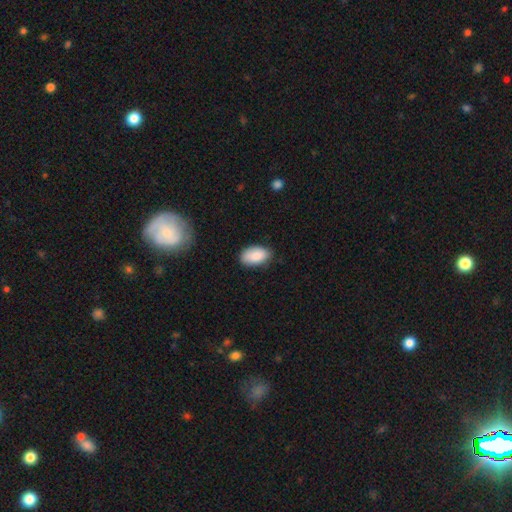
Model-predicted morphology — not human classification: Smooth or featured?
  - smooth: 86% *
  - featured or disk: 7%
  - star or artifact: 7%
How rounded?
  - in between: 94% *
  - round: 5%
  - cigar-shaped: 2%
Merging?
  - none: 78% *
  - minor disturbance: 18%
  - major disturbance: 3%
  - merger: 1%